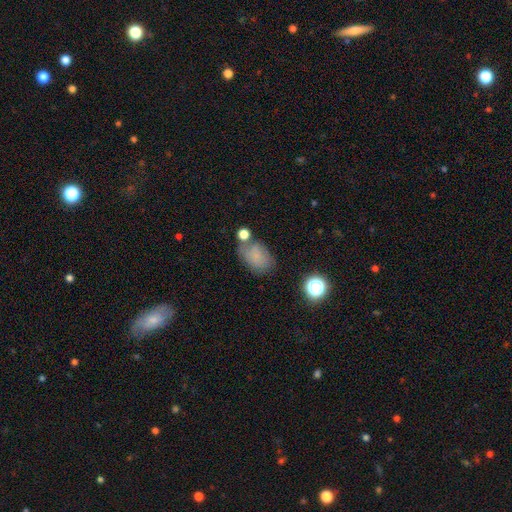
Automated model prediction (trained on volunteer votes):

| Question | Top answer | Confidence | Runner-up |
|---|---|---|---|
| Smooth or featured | smooth | 73% | featured or disk (14%) |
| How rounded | in between | 78% | round (21%) |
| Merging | none | 54% | minor disturbance (23%) |